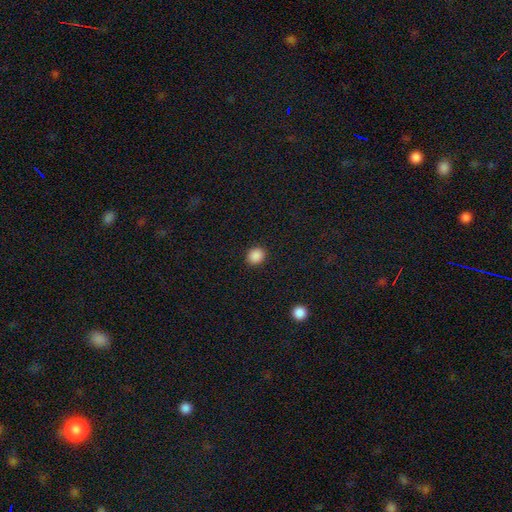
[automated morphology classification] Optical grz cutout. It shows a smooth galaxy with no disk features (88%) that is round (80%). Merging: none (91%).